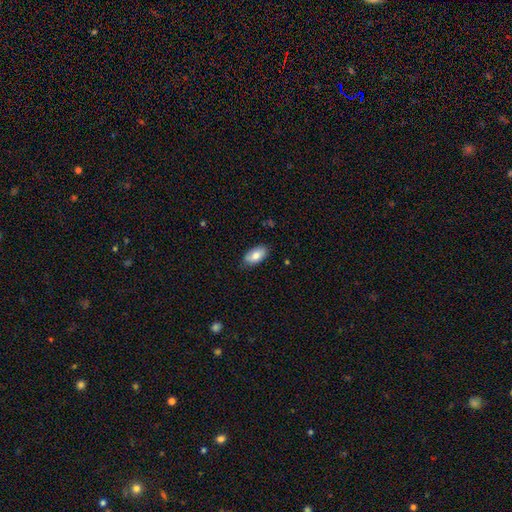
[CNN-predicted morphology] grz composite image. It shows a smooth galaxy with no disk features (78%) that is in between round and cigar-shaped (94%). Merging: none (83%).